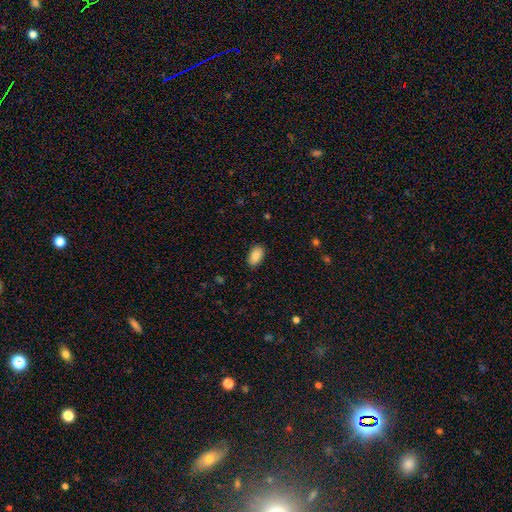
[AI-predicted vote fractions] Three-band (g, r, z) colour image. It shows a smooth galaxy with no disk features (89%) that is in between round and cigar-shaped (93%). Merging: none (88%).